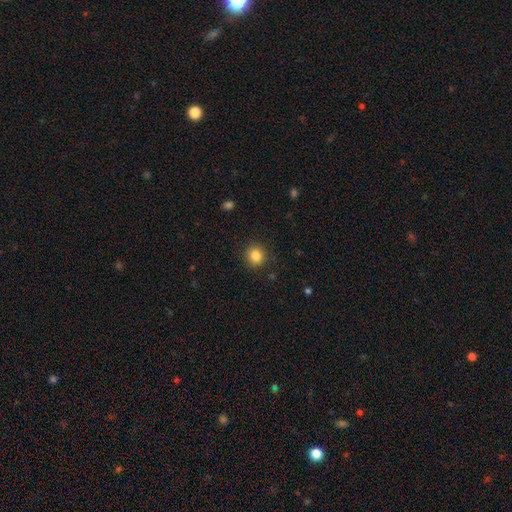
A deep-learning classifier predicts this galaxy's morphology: type=smooth (84%); roundness=round (89%); merging=none (90%).